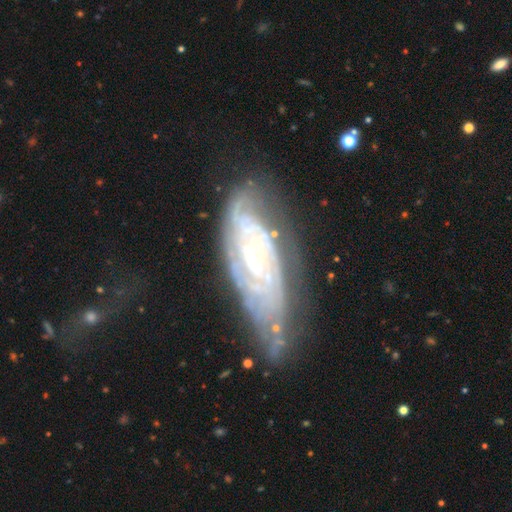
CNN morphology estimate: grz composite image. It shows a featured or disk galaxy (84%) with no bar (63%), tight (74%) spiral arms (94%) and a small central bulge (77%). Merging: none (52%).